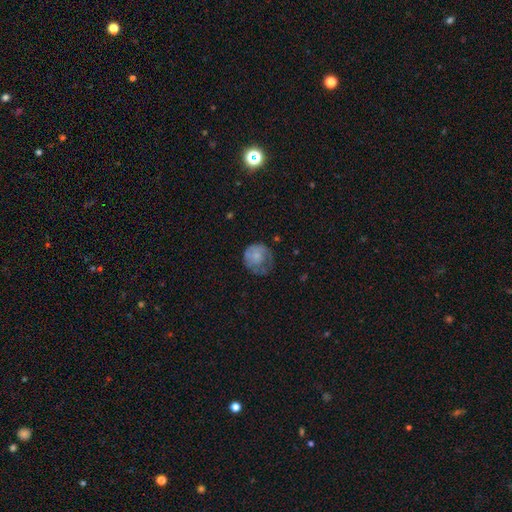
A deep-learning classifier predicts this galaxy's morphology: This appears to be a smooth galaxy with no disk features (63%) that is round (83%). Merging: none (46%).